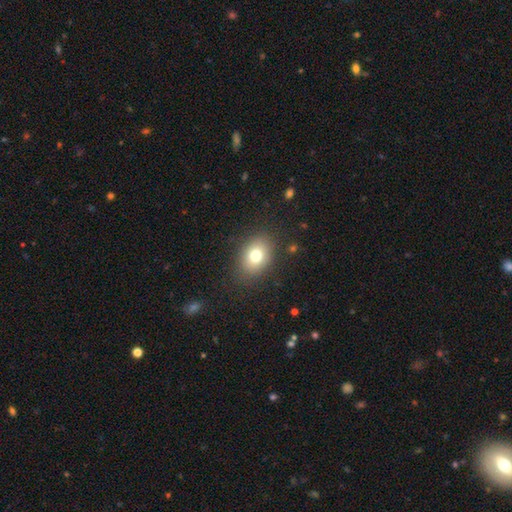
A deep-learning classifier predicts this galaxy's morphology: Smooth or featured? Predicted: smooth (p=0.76). How rounded? Predicted: in between (p=0.69). Merging? Predicted: none (p=0.84).